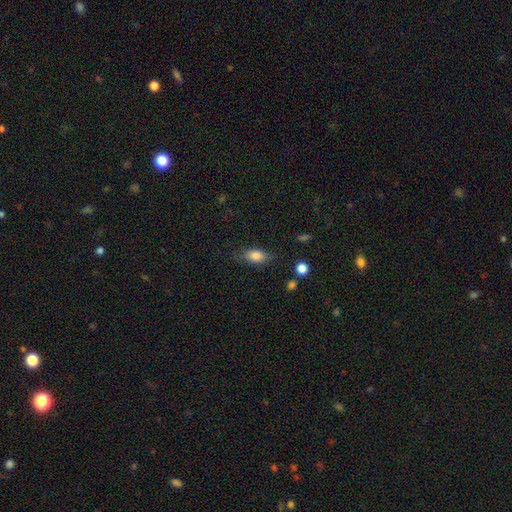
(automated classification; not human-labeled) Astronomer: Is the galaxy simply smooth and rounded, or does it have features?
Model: smooth — 82%.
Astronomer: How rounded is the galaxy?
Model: in between — 84%.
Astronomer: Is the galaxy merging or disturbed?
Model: none — 75%.